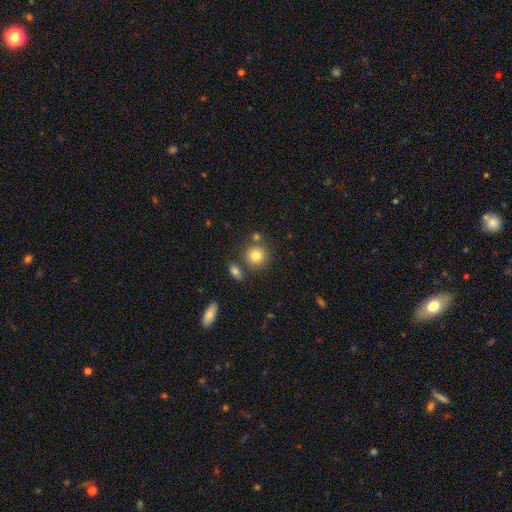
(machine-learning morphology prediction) Smooth or featured?
  - smooth: 80% *
  - star or artifact: 10%
  - featured or disk: 9%
How rounded?
  - round: 89% *
  - in between: 10%
  - cigar-shaped: 1%
Merging?
  - none: 74% *
  - merger: 13%
  - minor disturbance: 10%
  - major disturbance: 3%